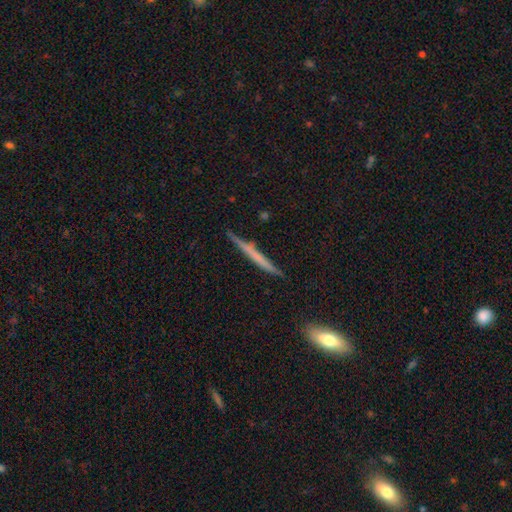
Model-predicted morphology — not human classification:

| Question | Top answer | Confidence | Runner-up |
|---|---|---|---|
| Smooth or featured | smooth | 48% | featured or disk (46%) |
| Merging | none | 84% | minor disturbance (12%) |